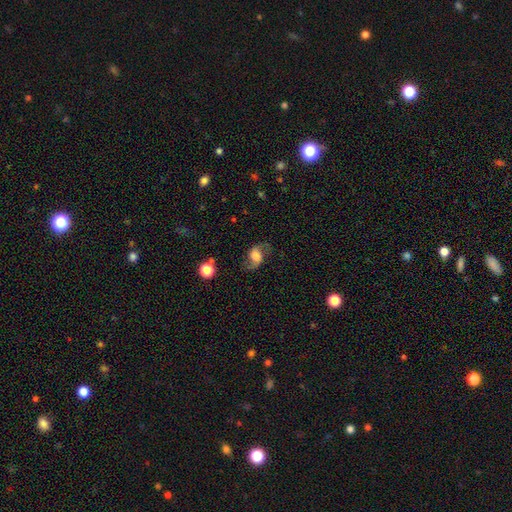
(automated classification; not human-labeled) Q: Smooth or featured?
A: featured or disk (62%); runner-up: smooth (28%)
Q: Edge-on disk?
A: no (96%); runner-up: yes (4%)
Q: Bar?
A: no (49%); runner-up: weak (38%)
Q: Spiral arms?
A: yes (90%); runner-up: no (10%)
Q: Spiral winding?
A: loose (69%); runner-up: medium (26%)
Q: Spiral arm count?
A: 2 (91%); runner-up: 1 (3%)
Q: Bulge size?
A: large (38%); runner-up: moderate (20%)
Q: Merging?
A: none (67%); runner-up: minor disturbance (18%)